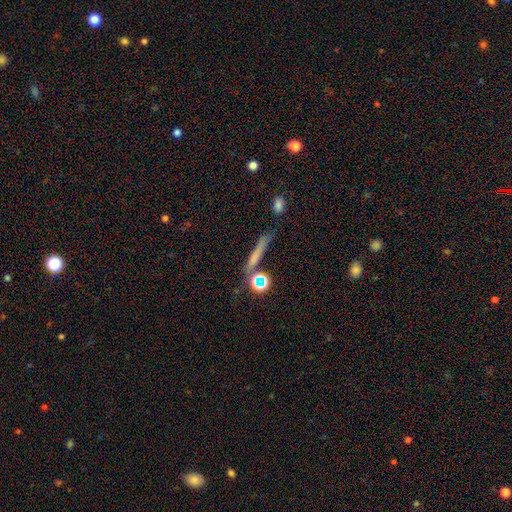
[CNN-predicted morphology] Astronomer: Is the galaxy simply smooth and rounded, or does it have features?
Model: smooth — 55%.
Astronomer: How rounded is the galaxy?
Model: cigar-shaped — 80%.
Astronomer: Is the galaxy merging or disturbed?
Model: none — 68%.